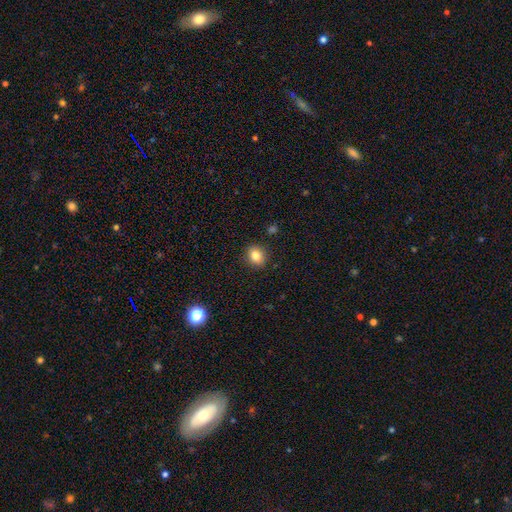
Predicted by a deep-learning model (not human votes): Overall: smooth (82%). How rounded: round (63%; in between 36%). Merging: none (88%).